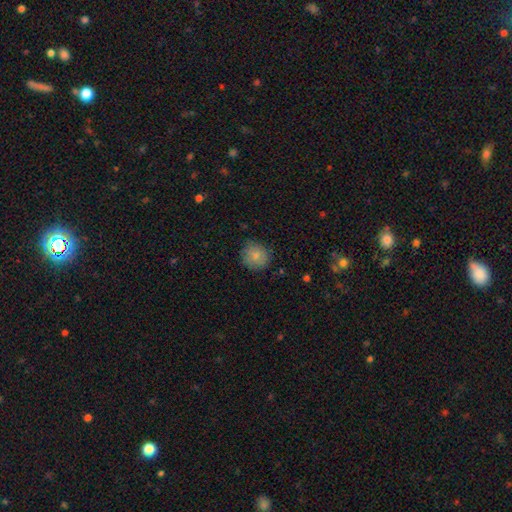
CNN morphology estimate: A smooth galaxy with no disk features (81%) that is round (88%). Merging: none (84%).